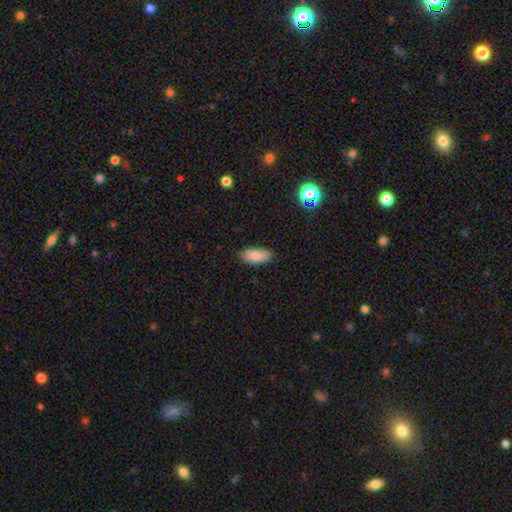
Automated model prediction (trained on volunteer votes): smooth-or-featured: smooth: 83% | featured or disk: 10% | star or artifact: 7%
  how-rounded: in between: 88% | cigar-shaped: 10% | round: 2%
  merging: none: 83% | minor disturbance: 14% | major disturbance: 2% | merger: 1%